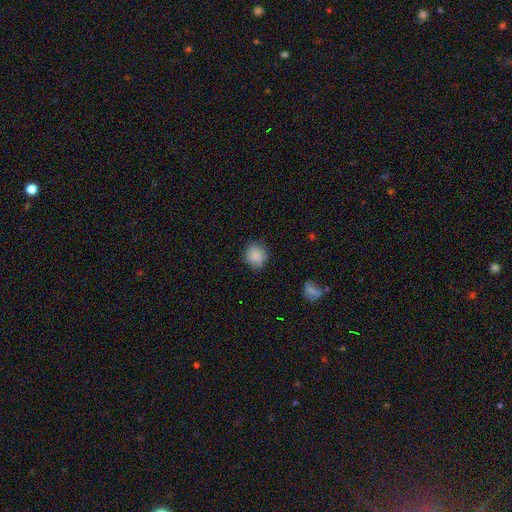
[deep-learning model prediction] smooth-or-featured: smooth: 87% | star or artifact: 8% | featured or disk: 5%
  how-rounded: round: 86% | in between: 13% | cigar-shaped: 1%
  merging: none: 81% | minor disturbance: 14% | major disturbance: 3% | merger: 1%